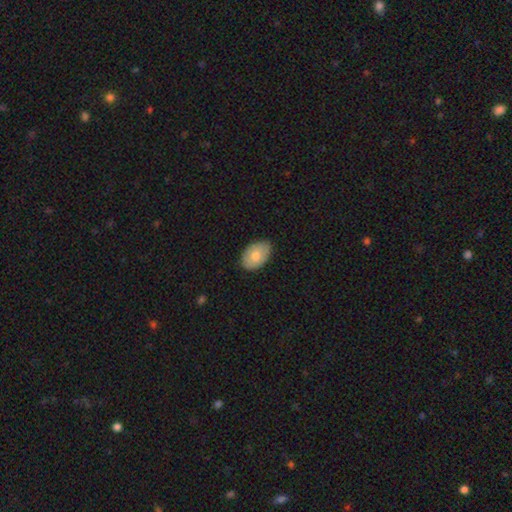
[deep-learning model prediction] Overall: smooth (74%). How rounded: in between (89%). Merging: none (84%).